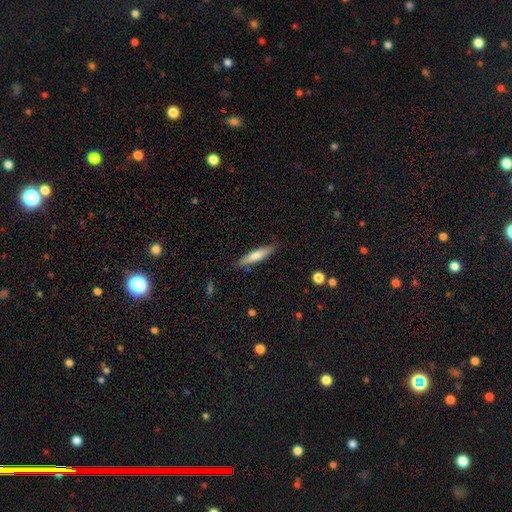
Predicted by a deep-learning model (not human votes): Smooth or featured: smooth — 73% (featured or disk — 22%)
How rounded: cigar-shaped — 85% (in between — 14%)
Merging: none — 85% (minor disturbance — 12%)